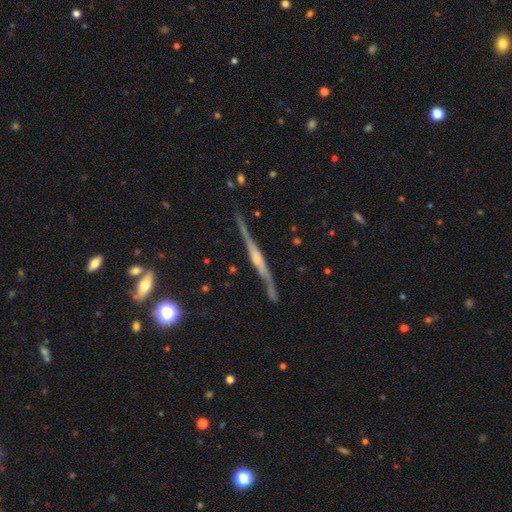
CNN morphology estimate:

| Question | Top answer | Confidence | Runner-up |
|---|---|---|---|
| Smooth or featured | featured or disk | 85% | smooth (9%) |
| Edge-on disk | yes | 96% | no (4%) |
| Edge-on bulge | rounded | 54% | boxy (28%) |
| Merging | none | 79% | minor disturbance (15%) |